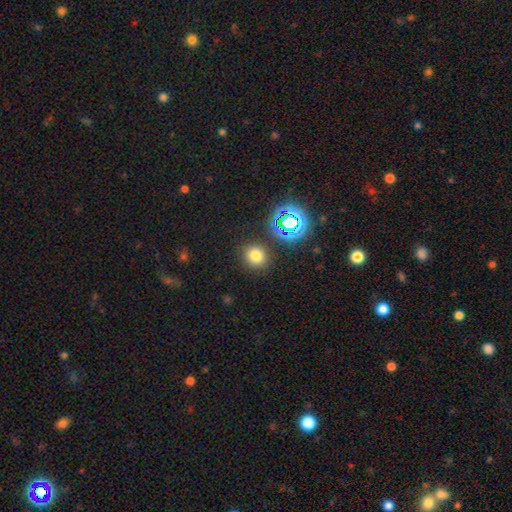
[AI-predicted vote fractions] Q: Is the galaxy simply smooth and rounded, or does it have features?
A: smooth — 72%.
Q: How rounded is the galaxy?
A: round — 81%.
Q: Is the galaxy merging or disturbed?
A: none — 87%.